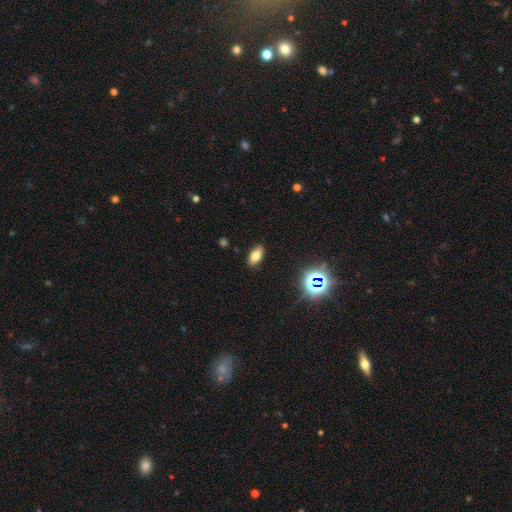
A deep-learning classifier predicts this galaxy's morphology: smooth 72%, star or artifact 14%, featured or disk 14%. Down the decision tree: how rounded — in between (89%); merging — none (89%).